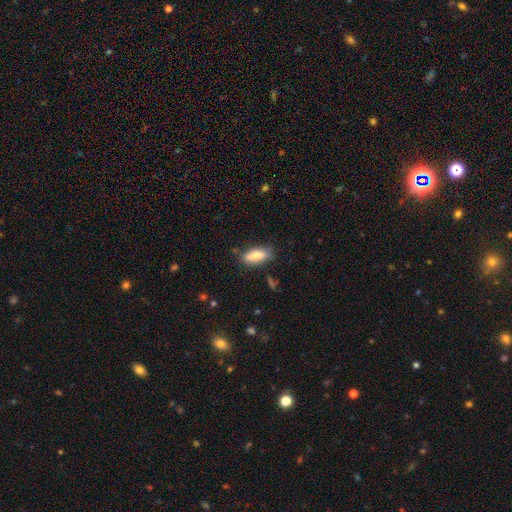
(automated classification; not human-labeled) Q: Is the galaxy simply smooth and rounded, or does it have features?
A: smooth — 85%.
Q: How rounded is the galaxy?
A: in between — 74%.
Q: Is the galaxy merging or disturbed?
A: none — 80%.